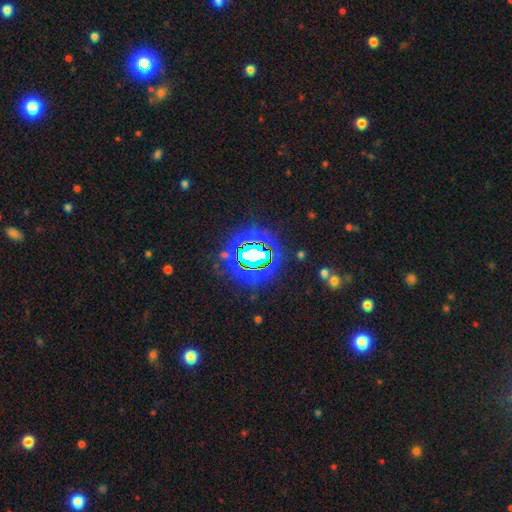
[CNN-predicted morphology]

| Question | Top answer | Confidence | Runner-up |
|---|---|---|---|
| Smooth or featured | star or artifact | 76% | smooth (13%) |